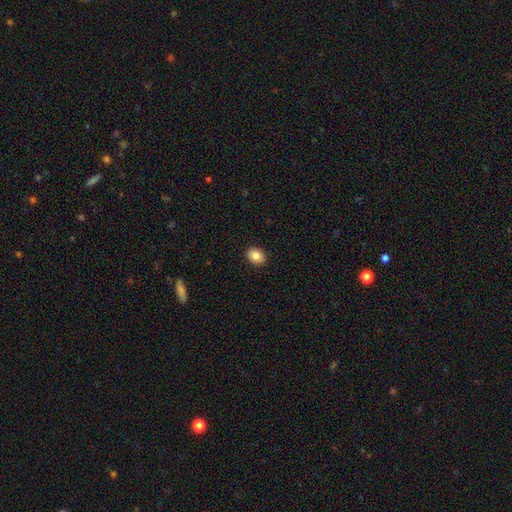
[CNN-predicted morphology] Smooth or featured?
  - smooth: 86% *
  - star or artifact: 8%
  - featured or disk: 6%
How rounded?
  - in between: 69% *
  - round: 30%
  - cigar-shaped: 1%
Merging?
  - none: 91% *
  - minor disturbance: 7%
  - major disturbance: 2%
  - merger: 1%